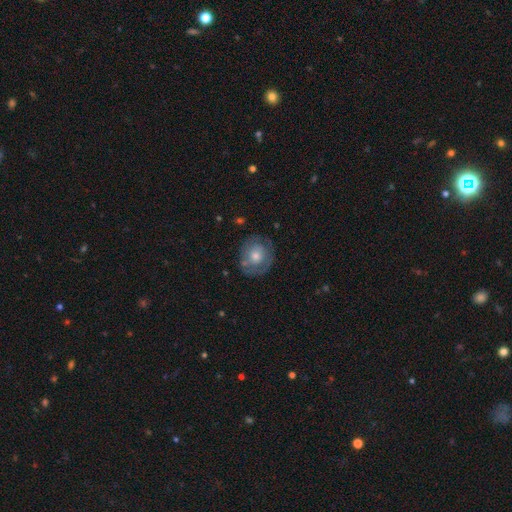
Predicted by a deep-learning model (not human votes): featured or disk 53%, smooth 40%, star or artifact 8%. Down the decision tree: edge-on disk — no (96%); bar — no (86%); spiral arms — yes (55%); bulge size — moderate (60%); merging — none (73%).